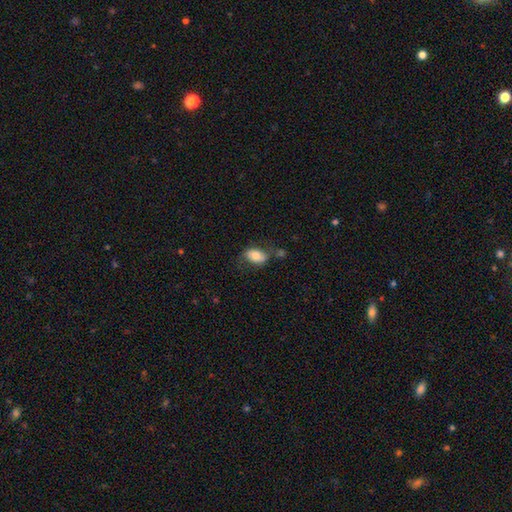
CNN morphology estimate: type=smooth (73%); roundness=in between (87%); merging=none (57%).